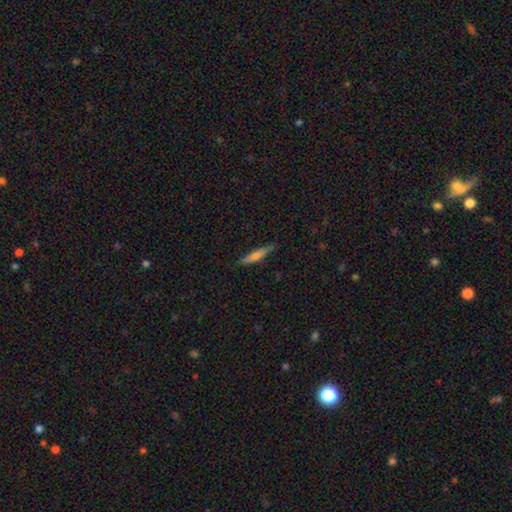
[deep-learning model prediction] Q: Smooth or featured?
A: smooth (61%); runner-up: featured or disk (32%)
Q: How rounded?
A: cigar-shaped (88%); runner-up: in between (11%)
Q: Merging?
A: none (83%); runner-up: minor disturbance (13%)